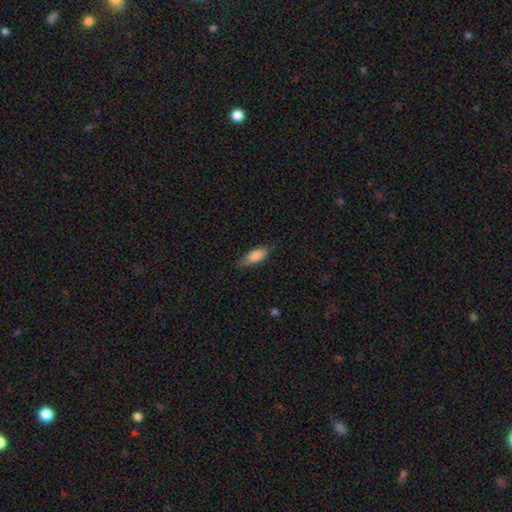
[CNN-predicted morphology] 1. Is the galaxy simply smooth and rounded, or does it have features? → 82% smooth, 12% featured or disk, 6% star or artifact.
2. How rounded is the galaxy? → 70% in between, 28% cigar-shaped, 2% round.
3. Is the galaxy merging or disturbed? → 77% none, 19% minor disturbance, 3% major disturbance, 1% merger.